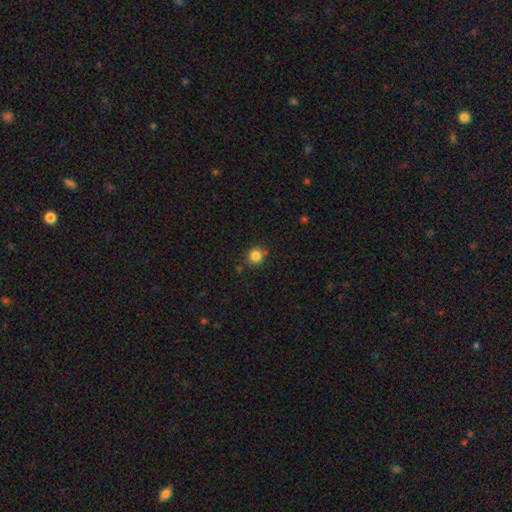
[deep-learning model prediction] A smooth galaxy with no disk features (84%) that is round (91%). Merging: none (83%).